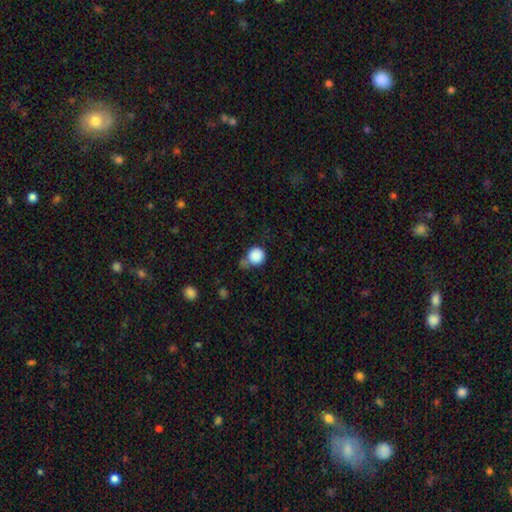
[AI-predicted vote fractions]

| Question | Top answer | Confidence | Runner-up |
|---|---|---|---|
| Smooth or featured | smooth | 87% | star or artifact (9%) |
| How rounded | round | 90% | in between (9%) |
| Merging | none | 51% | minor disturbance (24%) |